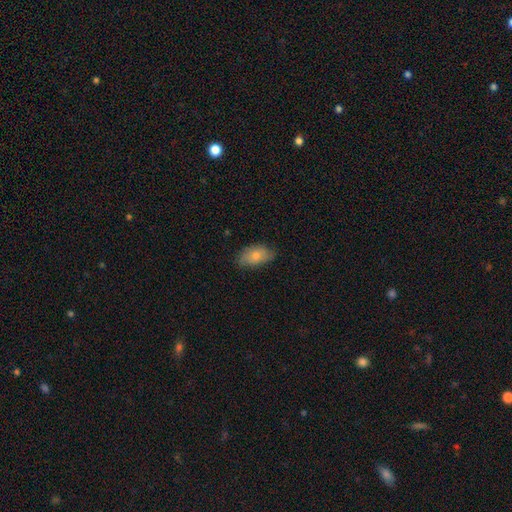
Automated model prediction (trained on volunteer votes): smooth_or_featured: smooth (p=0.76) [alt: featured or disk p=0.17]
how_rounded: in between (p=0.92) [alt: round p=0.06]
merging: none (p=0.74) [alt: minor disturbance p=0.21]